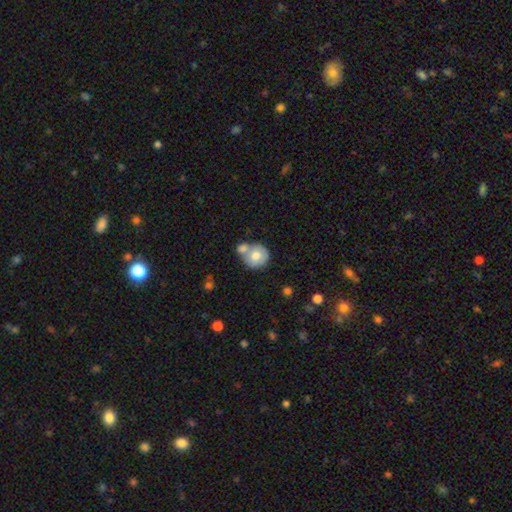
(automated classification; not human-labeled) Smooth or featured? smooth (71%)
How rounded? round (86%)
Merging? merger (46%)